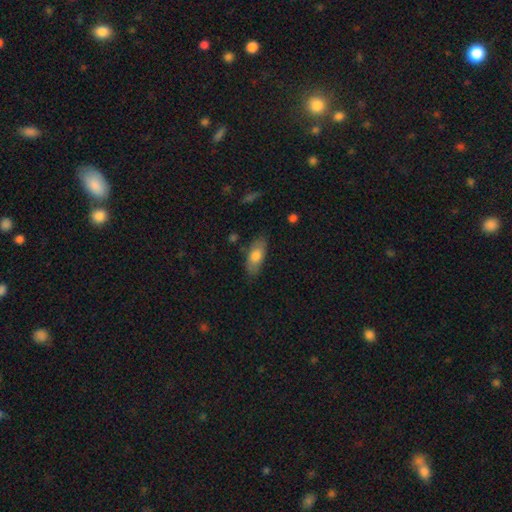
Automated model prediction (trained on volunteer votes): smooth-or-featured: smooth: 75% | featured or disk: 19% | star or artifact: 6%
  how-rounded: in between: 86% | cigar-shaped: 11% | round: 3%
  merging: none: 79% | minor disturbance: 16% | major disturbance: 3% | merger: 2%